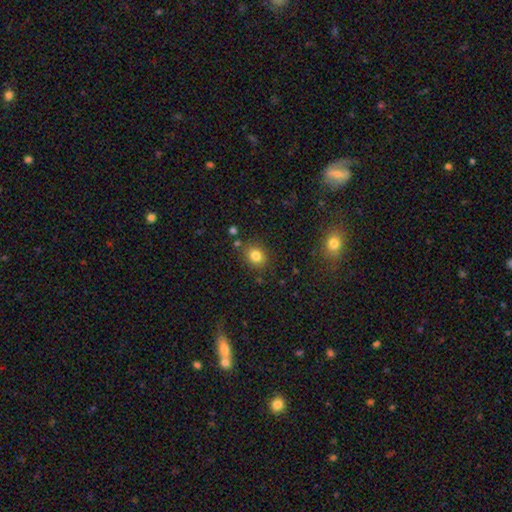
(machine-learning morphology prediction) type=smooth (81%); roundness=round (67%); merging=none (82%).